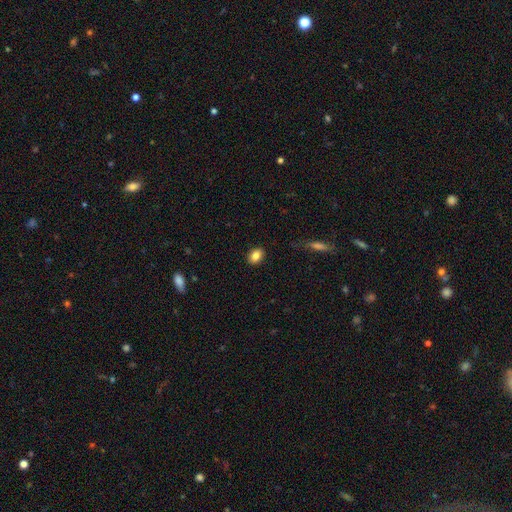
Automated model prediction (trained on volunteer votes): smooth_or_featured: smooth (p=0.85) [alt: star or artifact p=0.08]
how_rounded: in between (p=0.73) [alt: round p=0.26]
merging: none (p=0.88) [alt: minor disturbance p=0.08]